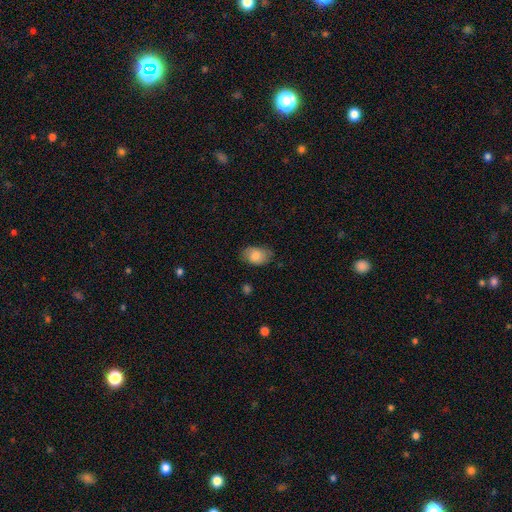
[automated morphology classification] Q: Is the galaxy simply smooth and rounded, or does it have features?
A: smooth — 79%.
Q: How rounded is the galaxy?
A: in between — 87%.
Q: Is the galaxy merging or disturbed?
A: none — 74%.